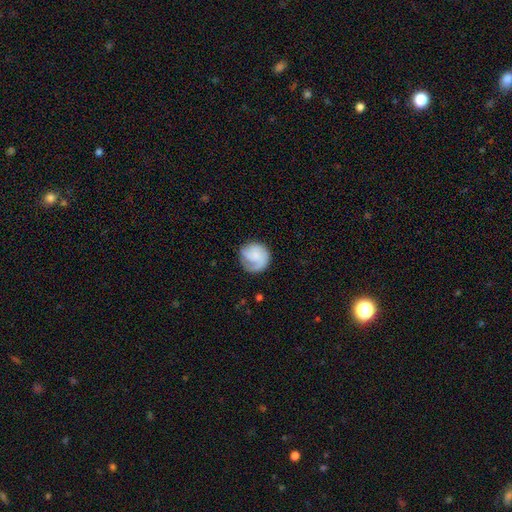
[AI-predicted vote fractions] Morphology: type=smooth (47%); merging=none (65%).